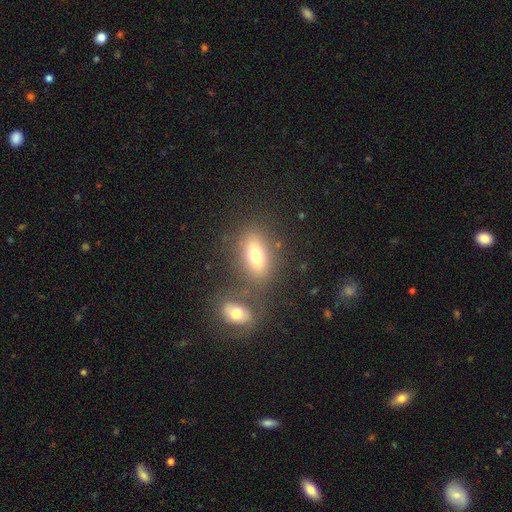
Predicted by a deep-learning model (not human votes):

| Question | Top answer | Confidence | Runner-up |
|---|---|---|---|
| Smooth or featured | smooth | 71% | featured or disk (18%) |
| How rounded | in between | 80% | round (14%) |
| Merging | none | 66% | merger (18%) |